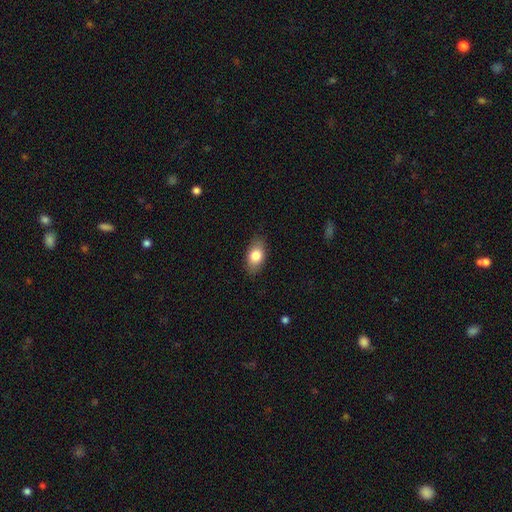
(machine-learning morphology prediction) Smooth or featured: smooth — 80% (featured or disk — 13%)
How rounded: in between — 89% (round — 8%)
Merging: none — 84% (minor disturbance — 12%)